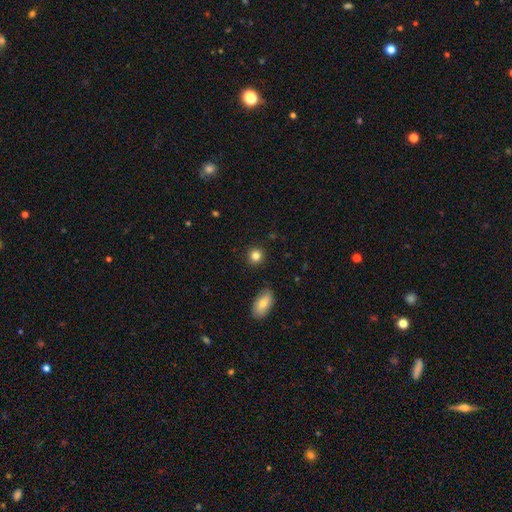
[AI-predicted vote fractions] Smooth or featured?
  - smooth: 84% *
  - star or artifact: 11%
  - featured or disk: 6%
How rounded?
  - round: 90% *
  - in between: 9%
  - cigar-shaped: 1%
Merging?
  - none: 89% *
  - minor disturbance: 7%
  - major disturbance: 2%
  - merger: 2%